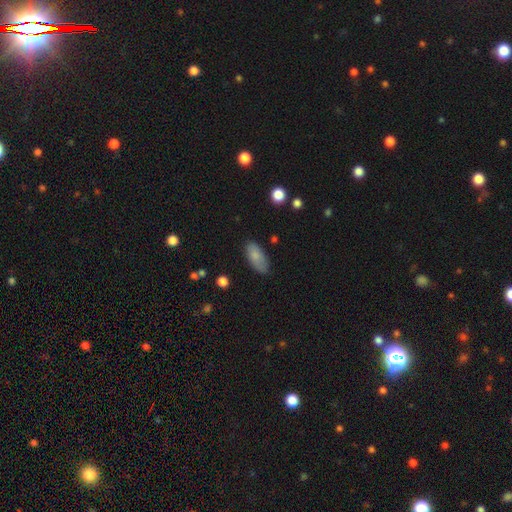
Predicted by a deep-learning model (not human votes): The model was most divided on "merging": none: 78%, minor disturbance: 17%, major disturbance: 4%, merger: 2%. More confident: how rounded — in between (88%); smooth or featured — smooth (82%).